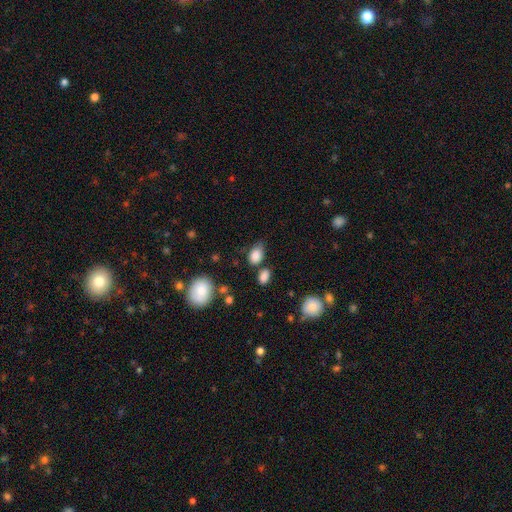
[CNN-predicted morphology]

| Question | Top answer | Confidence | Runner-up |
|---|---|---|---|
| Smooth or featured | smooth | 84% | star or artifact (9%) |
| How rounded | in between | 81% | round (18%) |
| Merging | none | 50% | minor disturbance (30%) |